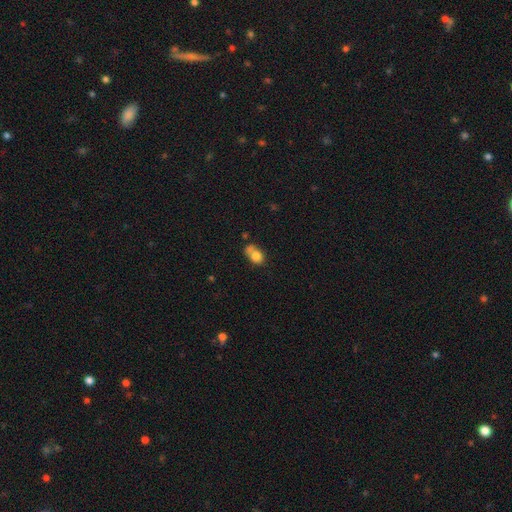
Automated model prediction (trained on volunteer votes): This is likely a smooth galaxy (77%). How rounded: possibly in between (54%). Merging: marginally merger (39%).